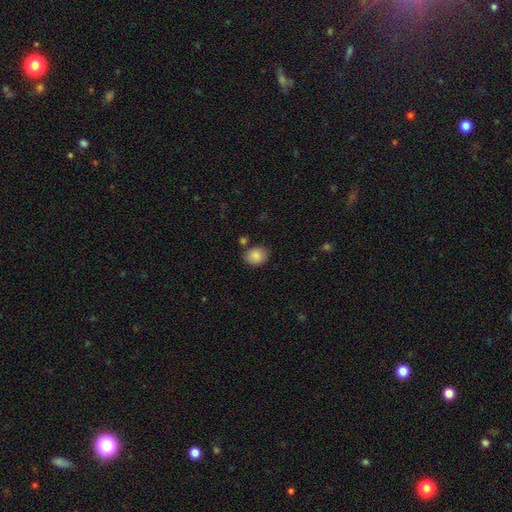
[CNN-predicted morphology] smooth 87%, star or artifact 8%, featured or disk 5%. Down the decision tree: how rounded — in between (56%); merging — none (75%).